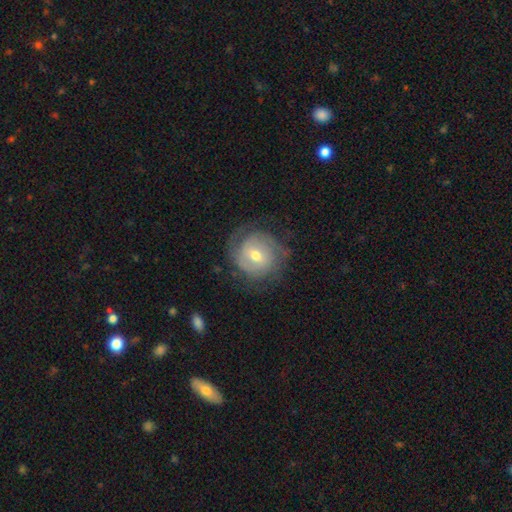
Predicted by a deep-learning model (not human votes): Smooth or featured? featured or disk (66%)
Edge-on disk? no (97%)
Bar? no (50%)
Spiral arms? yes (82%)
Spiral winding? tight (59%)
Spiral arm count? 2 (45%)
Bulge size? moderate (65%)
Merging? none (68%)